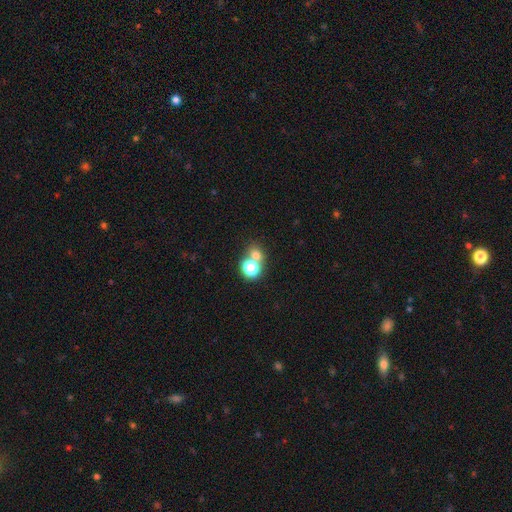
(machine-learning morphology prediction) A smooth galaxy with no disk features (66%) that is round (72%).

Vote fractions:
- Smooth or featured? smooth: 66% / star or artifact: 23% / featured or disk: 10%
- How rounded? round: 72% / in between: 26% / cigar-shaped: 1%
- Merging? none: 47% / merger: 42% / minor disturbance: 7% / major disturbance: 4%